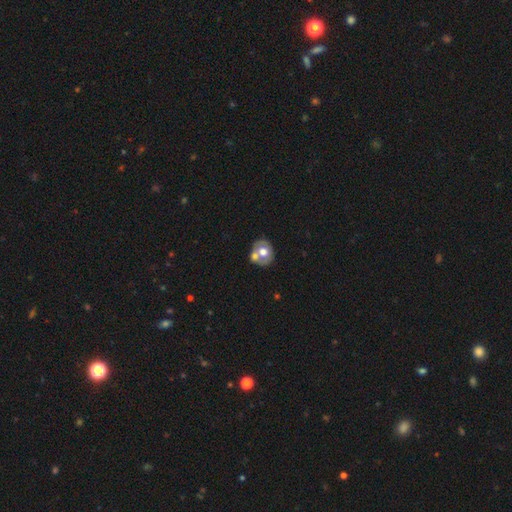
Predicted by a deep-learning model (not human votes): Smooth or featured? smooth (53%)
How rounded? round (65%)
Merging? none (48%)